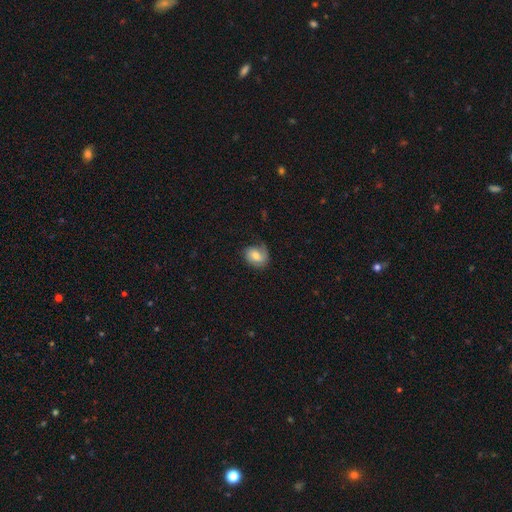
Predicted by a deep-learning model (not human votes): Smooth or featured? Predicted: smooth (p=0.57). How rounded? Predicted: in between (p=0.55). Merging? Predicted: none (p=0.58).